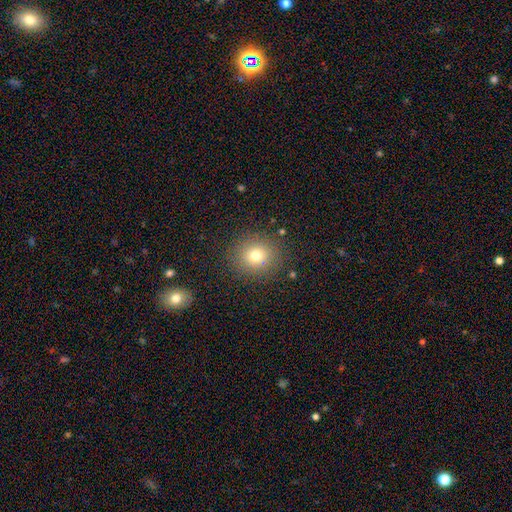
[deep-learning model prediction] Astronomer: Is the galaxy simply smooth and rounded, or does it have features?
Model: smooth — 75%.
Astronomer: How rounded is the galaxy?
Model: round — 82%.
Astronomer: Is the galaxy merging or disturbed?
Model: none — 87%.